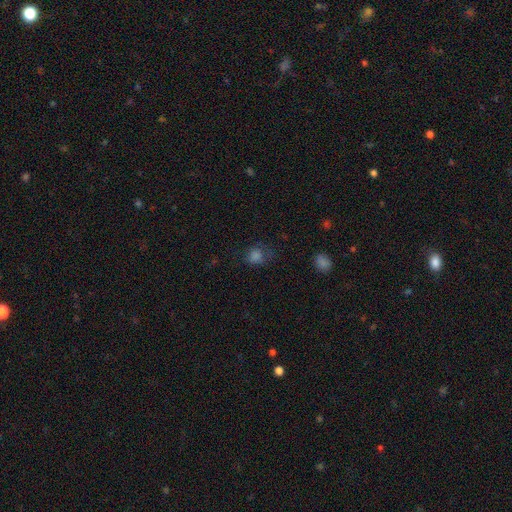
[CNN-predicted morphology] This is likely a smooth galaxy (74%). How rounded: likely round (74%). Merging: likely none (62%).